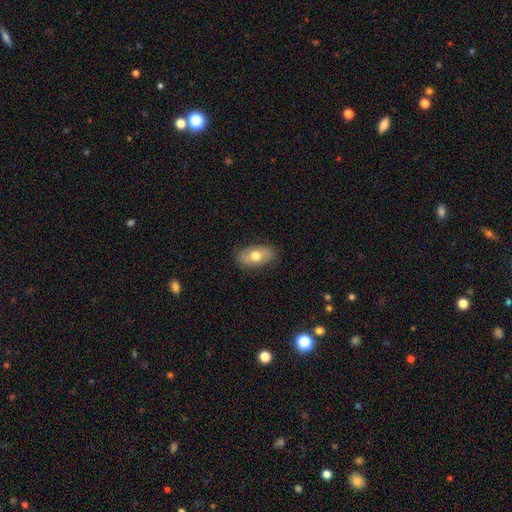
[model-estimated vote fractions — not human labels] The model was most divided on "smooth or featured": smooth: 66%, featured or disk: 27%, star or artifact: 6%. More confident: how rounded — in between (92%); merging — none (82%).